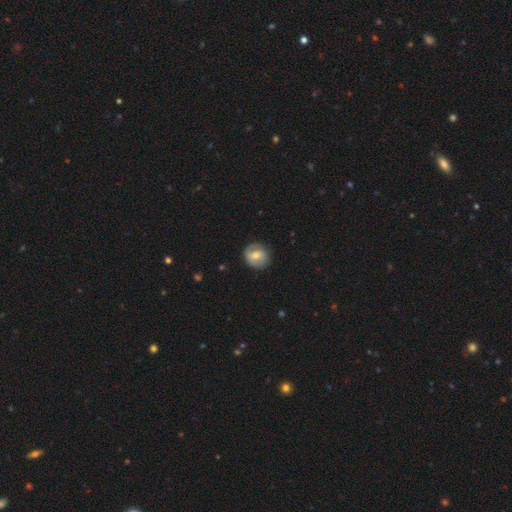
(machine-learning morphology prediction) Smooth or featured?
  - smooth: 55% *
  - featured or disk: 38%
  - star or artifact: 7%
How rounded?
  - round: 85% *
  - in between: 14%
  - cigar-shaped: 1%
Merging?
  - none: 80% *
  - minor disturbance: 15%
  - major disturbance: 4%
  - merger: 1%